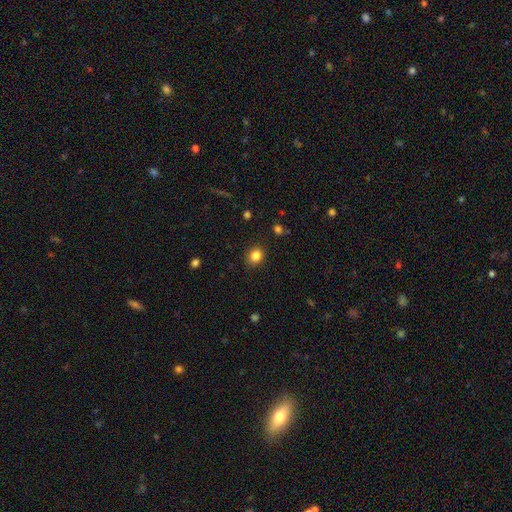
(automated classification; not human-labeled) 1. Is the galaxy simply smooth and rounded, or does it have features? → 84% smooth, 11% star or artifact, 5% featured or disk.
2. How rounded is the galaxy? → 67% round, 33% in between, 1% cigar-shaped.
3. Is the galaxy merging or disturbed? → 89% none, 7% minor disturbance, 2% major disturbance, 1% merger.